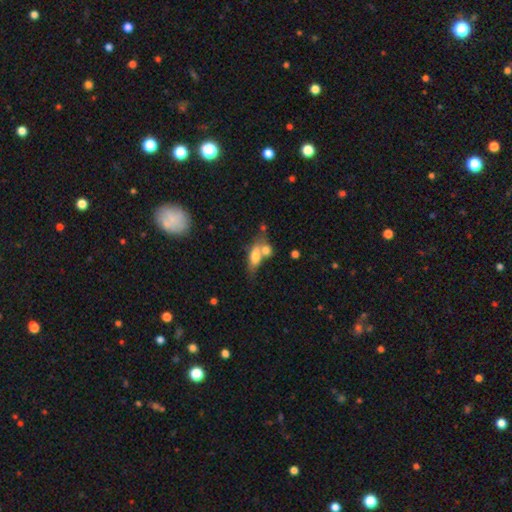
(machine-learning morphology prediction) Smooth or featured?
  - smooth: 64% *
  - featured or disk: 27%
  - star or artifact: 8%
How rounded?
  - in between: 69% *
  - cigar-shaped: 23%
  - round: 8%
Merging?
  - merger: 48% *
  - none: 31%
  - minor disturbance: 13%
  - major disturbance: 8%